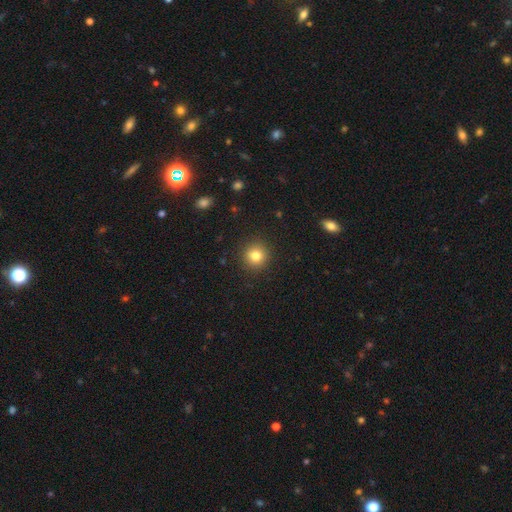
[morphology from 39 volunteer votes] smooth_or_featured: smooth (p=0.87) [alt: featured or disk p=0.08]
how_rounded: round (p=0.97) [alt: cigar-shaped p=0.03]
merging: none (p=0.89) [alt: minor disturbance p=0.08]